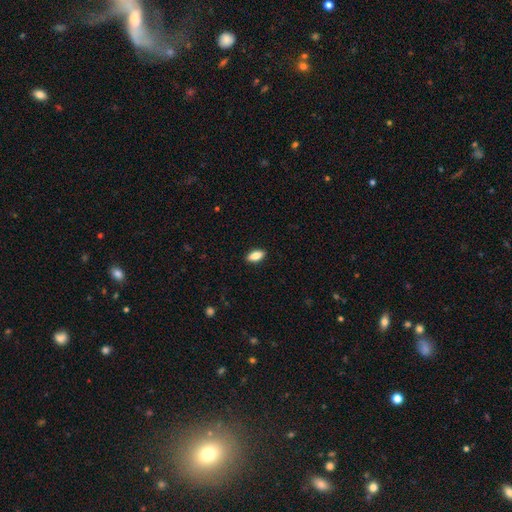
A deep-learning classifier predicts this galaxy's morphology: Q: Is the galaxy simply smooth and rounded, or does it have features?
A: smooth — 85%.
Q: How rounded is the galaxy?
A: in between — 86%.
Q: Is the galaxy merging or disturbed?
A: none — 90%.